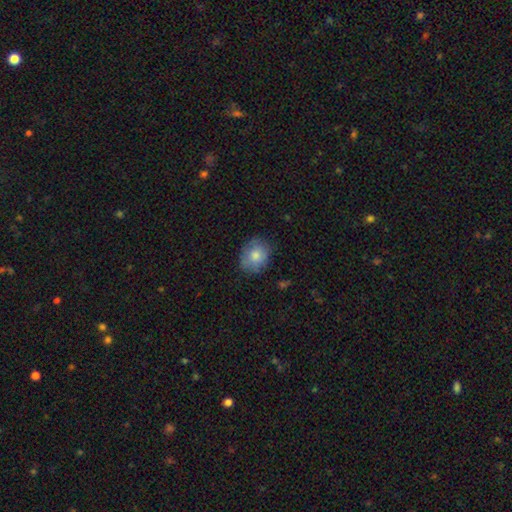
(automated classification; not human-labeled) The model was most divided on "how rounded": round: 57%, in between: 42%, cigar-shaped: 1%. More confident: smooth or featured — smooth (76%); merging — none (74%).